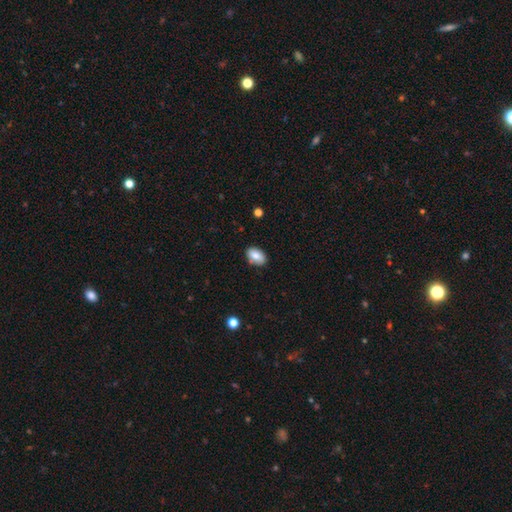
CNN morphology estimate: smooth 81%, featured or disk 12%, star or artifact 8%. Down the decision tree: how rounded — in between (90%); merging — none (81%).